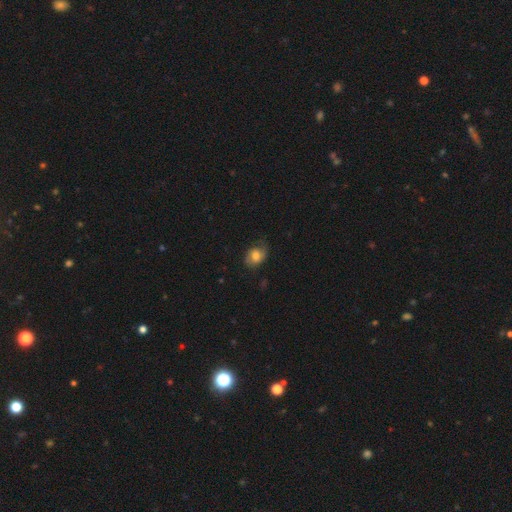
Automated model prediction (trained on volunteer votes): The model was most divided on "how rounded": in between: 61%, round: 38%, cigar-shaped: 1%. More confident: smooth or featured — smooth (64%); merging — none (62%).